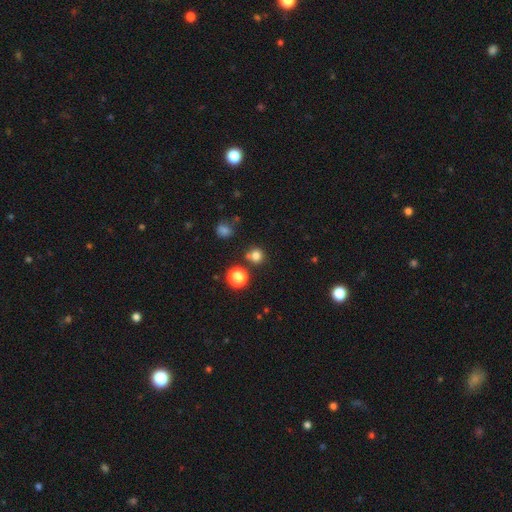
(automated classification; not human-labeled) A smooth galaxy with no disk features (77%) that is round (90%). Merging: none (77%).